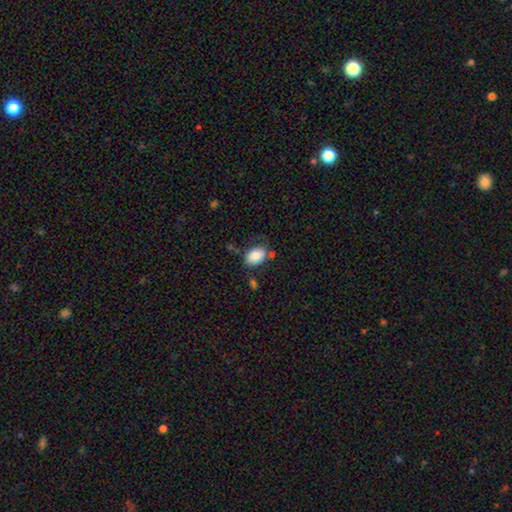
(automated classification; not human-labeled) Smooth or featured? smooth (84%)
How rounded? in between (84%)
Merging? none (67%)